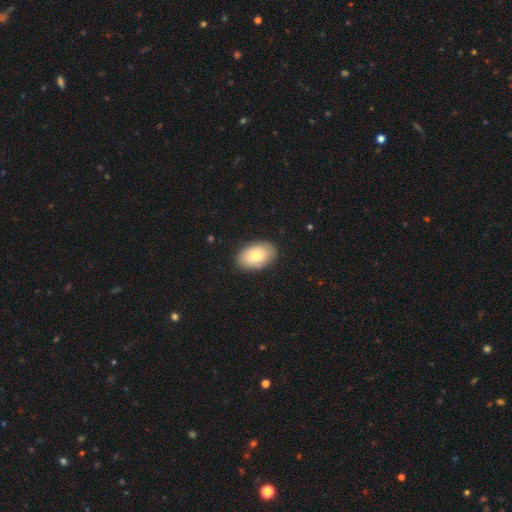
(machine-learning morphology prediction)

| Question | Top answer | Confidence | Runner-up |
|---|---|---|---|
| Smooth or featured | smooth | 81% | featured or disk (13%) |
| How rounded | in between | 90% | round (8%) |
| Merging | none | 87% | minor disturbance (10%) |